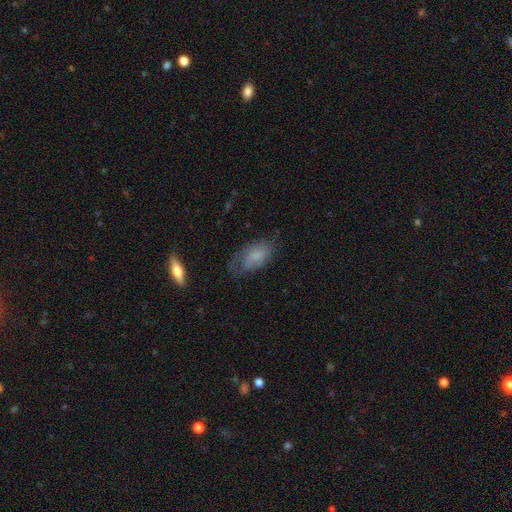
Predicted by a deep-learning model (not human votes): Q: Smooth or featured?
A: smooth (61%); runner-up: featured or disk (30%)
Q: How rounded?
A: in between (91%); runner-up: round (5%)
Q: Merging?
A: none (51%); runner-up: minor disturbance (30%)